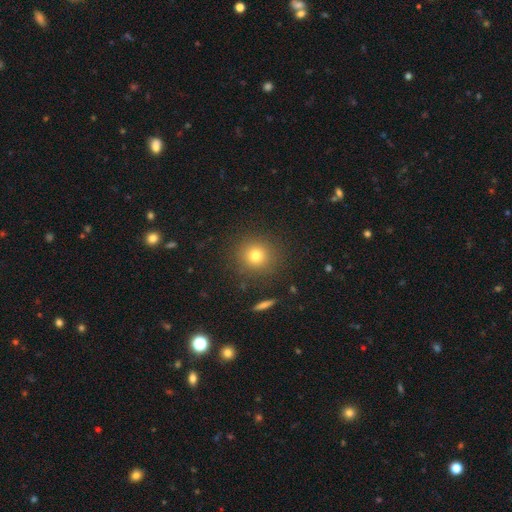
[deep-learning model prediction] Overall: smooth (77%). How rounded: round (93%). Merging: none (88%).